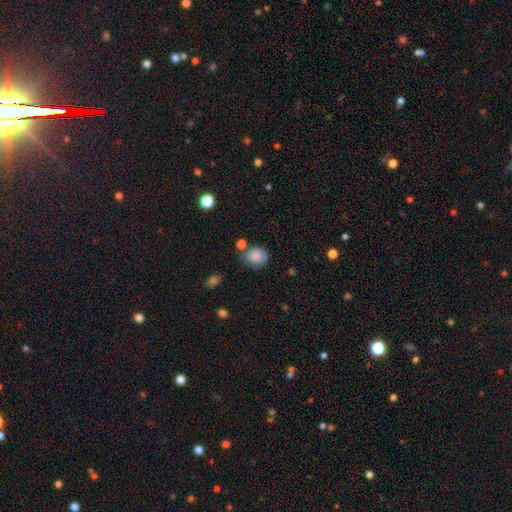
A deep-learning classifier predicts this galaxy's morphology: A smooth galaxy with no disk features (86%) that is round (61%).

Vote fractions:
- Smooth or featured? smooth: 86% / star or artifact: 9% / featured or disk: 6%
- How rounded? round: 61% / in between: 38% / cigar-shaped: 1%
- Merging? none: 65% / minor disturbance: 18% / merger: 10% / major disturbance: 6%